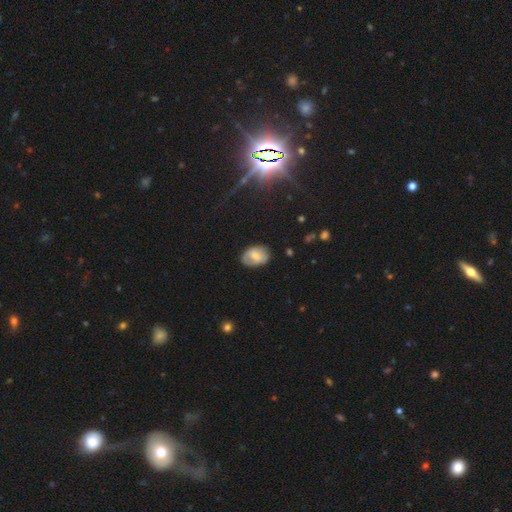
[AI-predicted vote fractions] This appears to be a smooth galaxy with no disk features (66%) that is in between round and cigar-shaped (82%). Merging: none (71%).